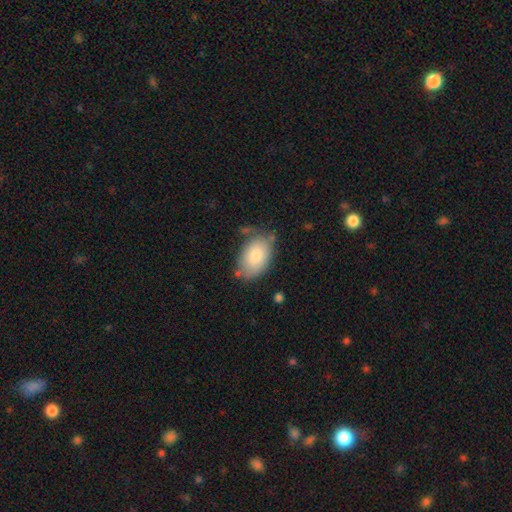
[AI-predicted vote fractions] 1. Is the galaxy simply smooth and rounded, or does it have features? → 80% smooth, 13% featured or disk, 7% star or artifact.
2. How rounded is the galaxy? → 91% in between, 8% round, 1% cigar-shaped.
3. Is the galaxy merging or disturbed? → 67% none, 22% minor disturbance, 6% major disturbance, 5% merger.